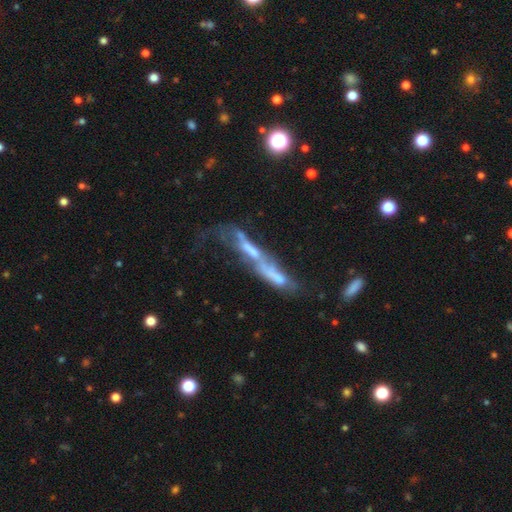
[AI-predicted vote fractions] featured or disk 59%, smooth 26%, star or artifact 15%. Down the decision tree: edge-on disk — yes (55%); merging — merger (41%).